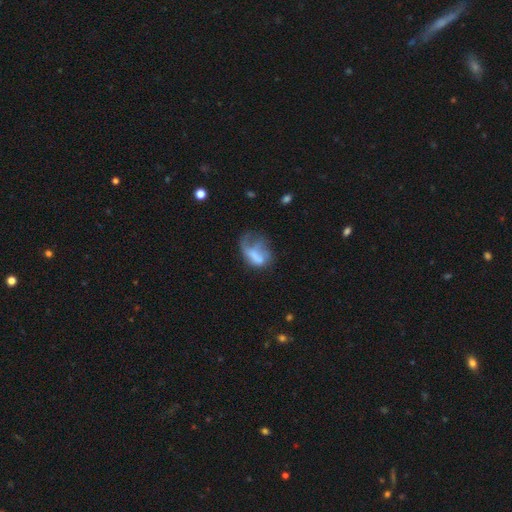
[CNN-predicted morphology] The model was most divided on "smooth or featured": smooth: 51%, featured or disk: 38%, star or artifact: 11%. Remaining: how rounded — in between (79%); merging — major disturbance (50%).